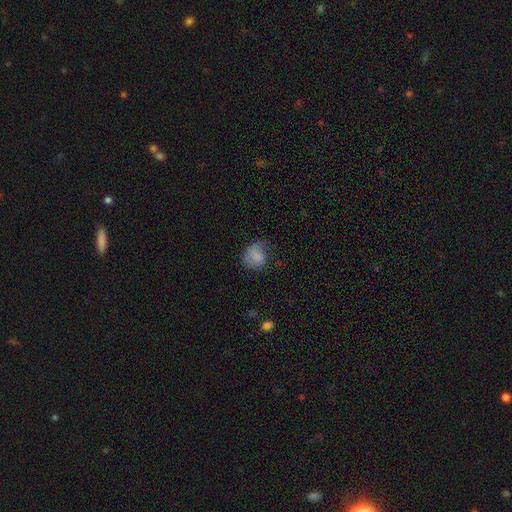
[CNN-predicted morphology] smooth_or_featured: smooth (p=0.71) [alt: featured or disk p=0.20]
how_rounded: round (p=0.61) [alt: in between p=0.38]
merging: none (p=0.42) [alt: minor disturbance p=0.31]